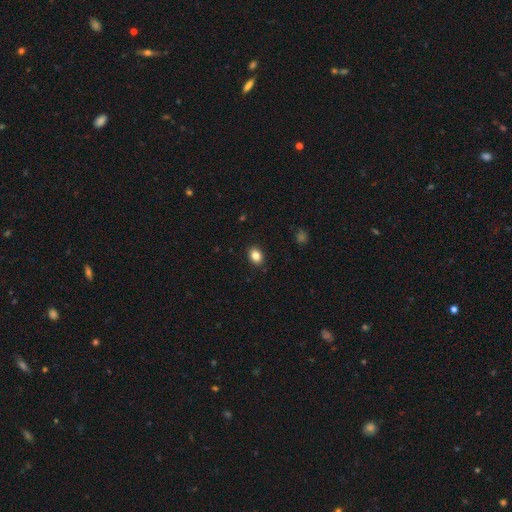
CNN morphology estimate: Smooth or featured? smooth (85%)
How rounded? in between (70%)
Merging? none (90%)